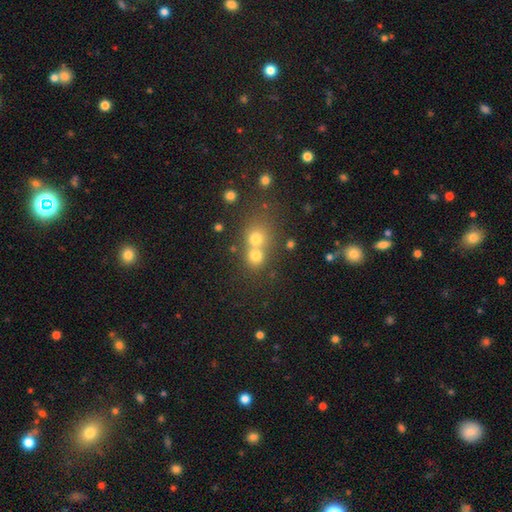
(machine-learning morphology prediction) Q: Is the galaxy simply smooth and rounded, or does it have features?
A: smooth — 72%.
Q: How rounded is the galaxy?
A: round — 82%.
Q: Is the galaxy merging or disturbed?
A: merger — 54%.